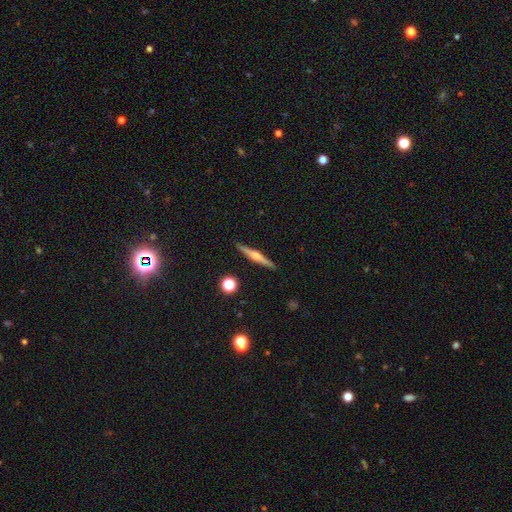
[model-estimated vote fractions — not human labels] smooth_or_featured: featured or disk (p=0.66) [alt: smooth p=0.27]
disk_edge_on: yes (p=0.98) [alt: no p=0.02]
edge_on_bulge: rounded (p=0.77) [alt: boxy p=0.13]
merging: none (p=0.91) [alt: minor disturbance p=0.06]